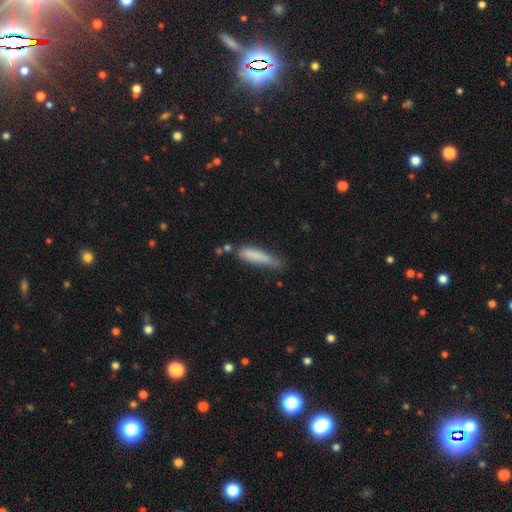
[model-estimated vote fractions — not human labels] This is likely a smooth galaxy (79%). How rounded: clearly cigar-shaped (83%). Merging: possibly none (51%).